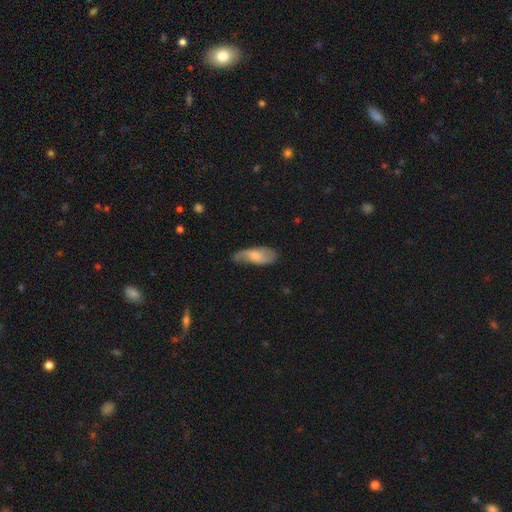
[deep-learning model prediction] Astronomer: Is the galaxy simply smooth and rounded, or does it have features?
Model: smooth — 54% (runner-up: featured or disk, 39%).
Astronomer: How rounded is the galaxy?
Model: in between — 76%.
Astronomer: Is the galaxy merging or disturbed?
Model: none — 57%.